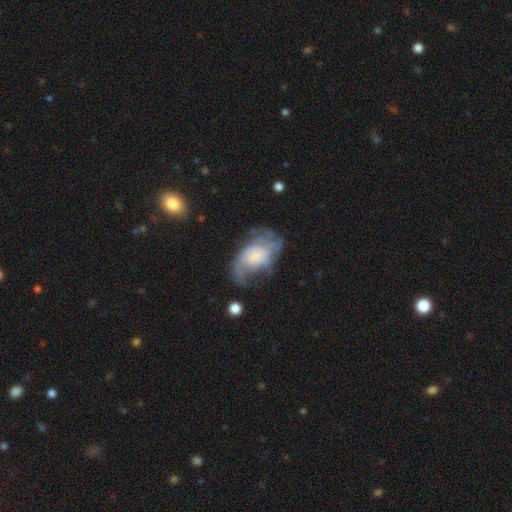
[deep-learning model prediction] A featured or disk galaxy (69%) with no bar (68%), 2 (55%) loose (40%) spiral arms (83%) and a small central bulge (38%).

Vote fractions:
- Smooth or featured? featured or disk: 69% / smooth: 23% / star or artifact: 8%
- Edge-on disk? no: 97% / yes: 3%
- Bar? no: 68% / weak: 27% / strong: 5%
- Spiral arms? yes: 83% / no: 17%
- Spiral winding? loose: 40% / medium: 39% / tight: 20%
- Spiral arm count? 2: 55% / can't tell: 24% / 1: 8% / 3: 7% / 4: 3% / more than 4: 3%
- Bulge size? small: 38% / none: 22% / moderate: 22% / large: 15% / dominant: 4%
- Merging? none: 41% / major disturbance: 31% / minor disturbance: 25% / merger: 3%